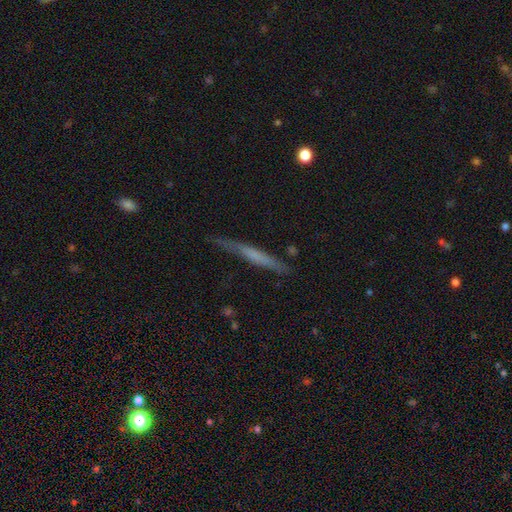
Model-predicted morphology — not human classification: featured or disk 47%, smooth 46%, star or artifact 7%. Down the decision tree: merging — none (80%).